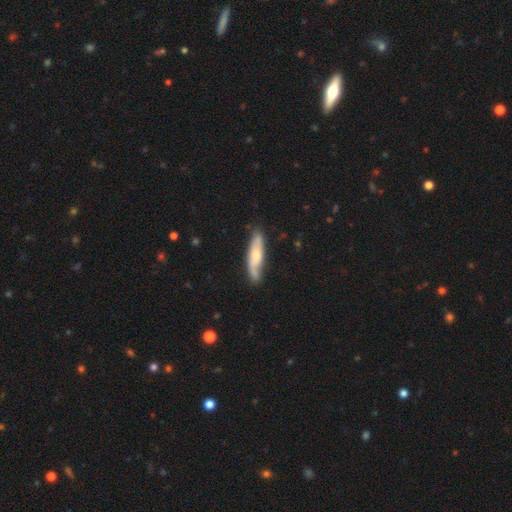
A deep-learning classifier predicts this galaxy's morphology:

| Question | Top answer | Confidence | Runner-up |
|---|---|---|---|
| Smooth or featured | smooth | 51% | featured or disk (44%) |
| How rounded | cigar-shaped | 69% | in between (29%) |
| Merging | none | 73% | minor disturbance (20%) |